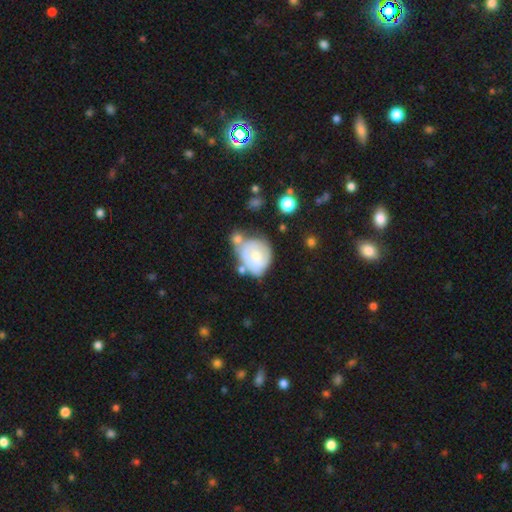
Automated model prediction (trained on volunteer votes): Morphology: type=smooth (47%); merging=none (33%).